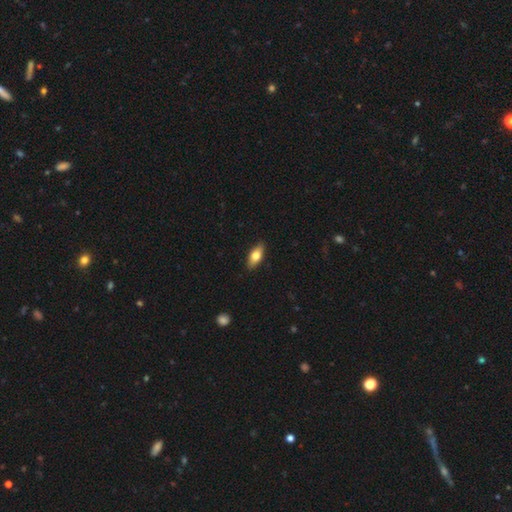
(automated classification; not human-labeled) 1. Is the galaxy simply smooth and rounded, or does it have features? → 73% smooth, 21% featured or disk, 6% star or artifact.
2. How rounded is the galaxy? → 82% in between, 14% cigar-shaped, 4% round.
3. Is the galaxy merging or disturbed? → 88% none, 9% minor disturbance, 2% major disturbance, 1% merger.